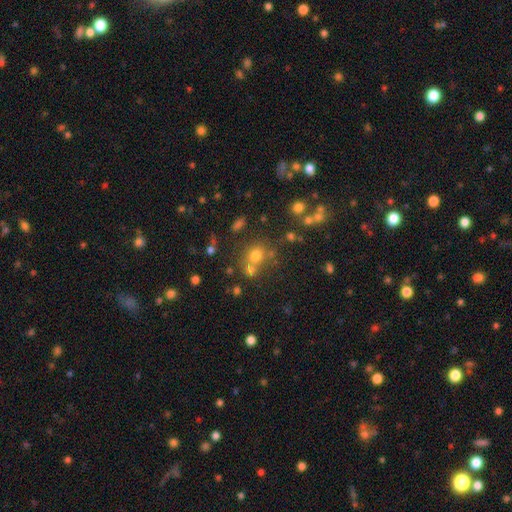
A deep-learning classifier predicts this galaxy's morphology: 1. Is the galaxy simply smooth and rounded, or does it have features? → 64% smooth, 23% star or artifact, 12% featured or disk.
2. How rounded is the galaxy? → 78% round, 21% in between, 1% cigar-shaped.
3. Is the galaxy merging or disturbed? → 57% none, 29% merger, 10% minor disturbance, 5% major disturbance.